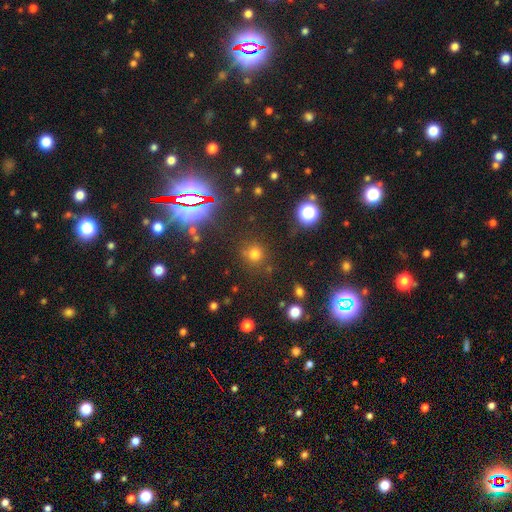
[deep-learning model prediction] Morphology: type=smooth (58%); roundness=round (92%); merging=none (86%).